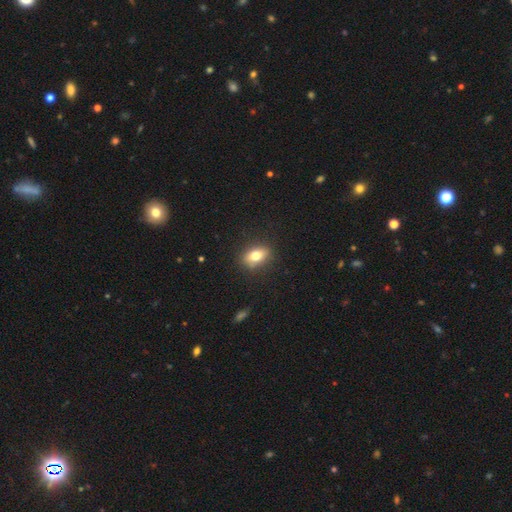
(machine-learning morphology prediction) A smooth galaxy with no disk features (76%) that is in between round and cigar-shaped (77%). Merging: none (86%).